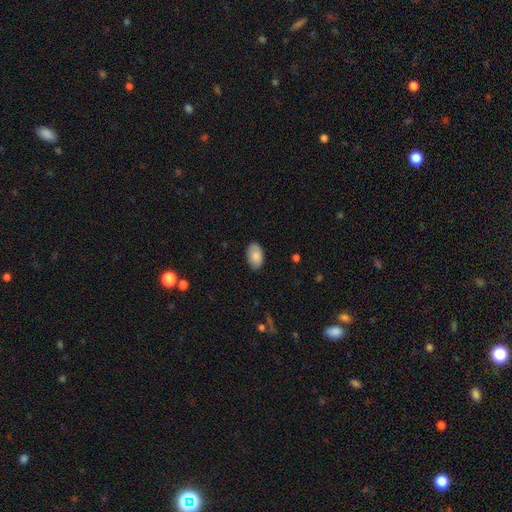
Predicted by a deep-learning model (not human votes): Smooth or featured? smooth (84%)
How rounded? in between (92%)
Merging? none (83%)